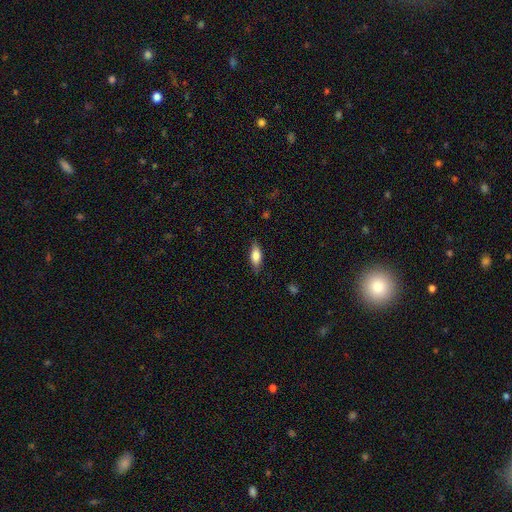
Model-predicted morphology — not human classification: Smooth or featured: smooth — 76% (featured or disk — 17%)
How rounded: in between — 75% (cigar-shaped — 22%)
Merging: none — 82% (minor disturbance — 14%)